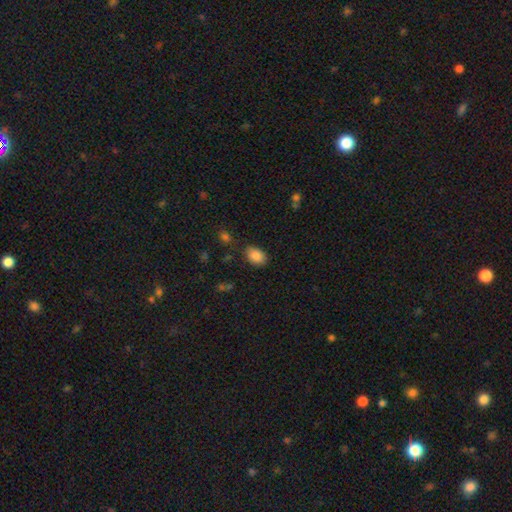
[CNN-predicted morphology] Smooth or featured? smooth (87%)
How rounded? in between (82%)
Merging? none (81%)